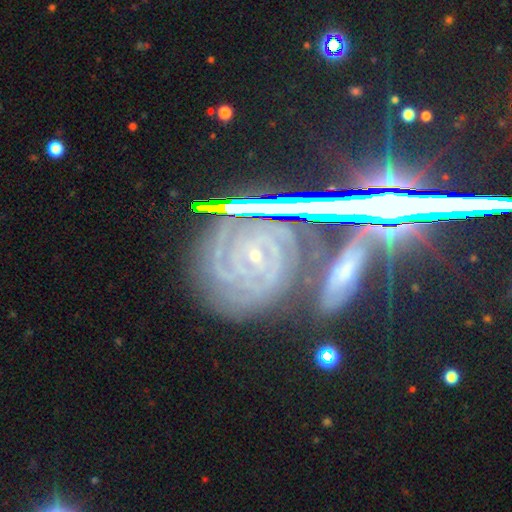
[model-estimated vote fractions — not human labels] Overall: featured or disk (75%). Edge-on disk: no (89%). Bar: no (70%). Spiral arms: yes (95%). Spiral arm count: can't tell (30%; 3 22%). Spiral winding: tight (86%). Bulge size: small (81%). Merging: none (69%).